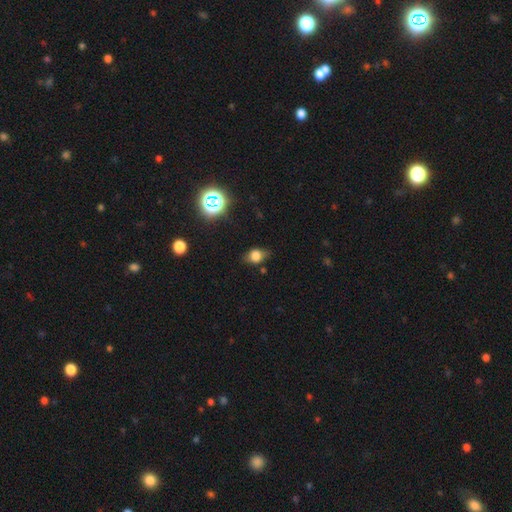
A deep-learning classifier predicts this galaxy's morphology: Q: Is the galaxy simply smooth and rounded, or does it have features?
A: smooth — 68%.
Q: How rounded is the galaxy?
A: in between — 65%.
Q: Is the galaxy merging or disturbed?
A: none — 68%.